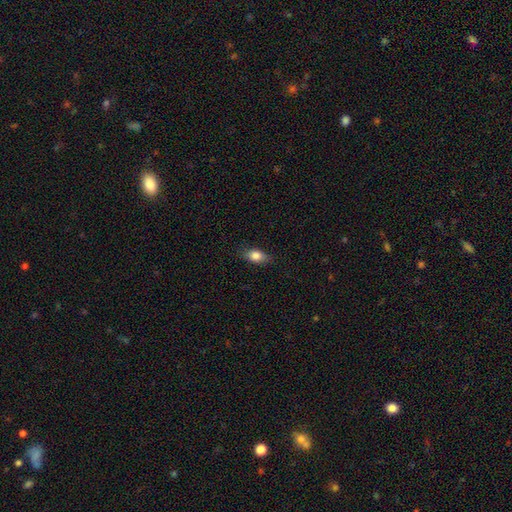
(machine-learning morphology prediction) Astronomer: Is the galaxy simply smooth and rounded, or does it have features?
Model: smooth — 81%.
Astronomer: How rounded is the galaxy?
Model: in between — 83%.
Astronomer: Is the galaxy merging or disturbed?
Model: none — 84%.